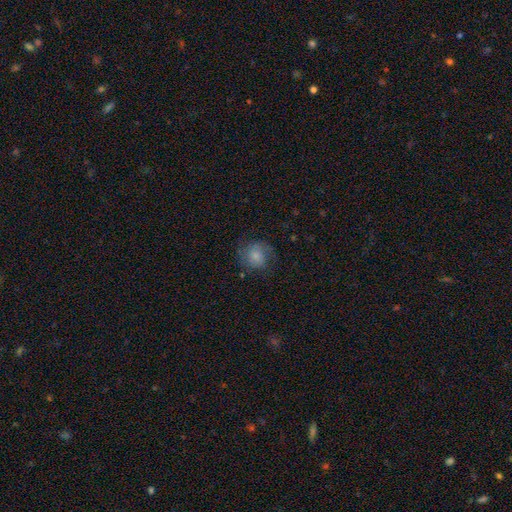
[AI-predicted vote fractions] Smooth or featured? Predicted: smooth (p=0.66). How rounded? Predicted: round (p=0.81). Merging? Predicted: none (p=0.66).